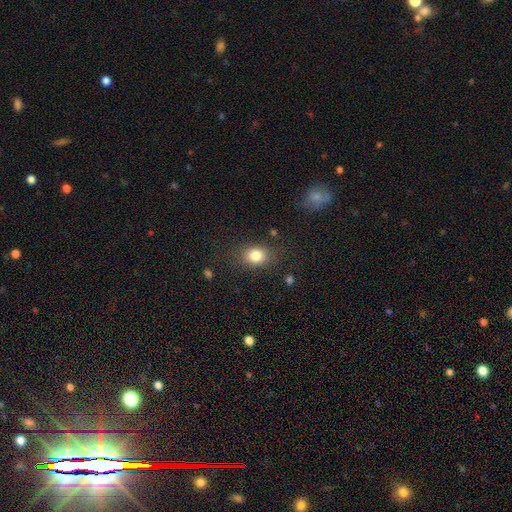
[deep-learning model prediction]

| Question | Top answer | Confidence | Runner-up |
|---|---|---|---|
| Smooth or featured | smooth | 82% | star or artifact (11%) |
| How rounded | in between | 53% | round (46%) |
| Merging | none | 80% | minor disturbance (13%) |